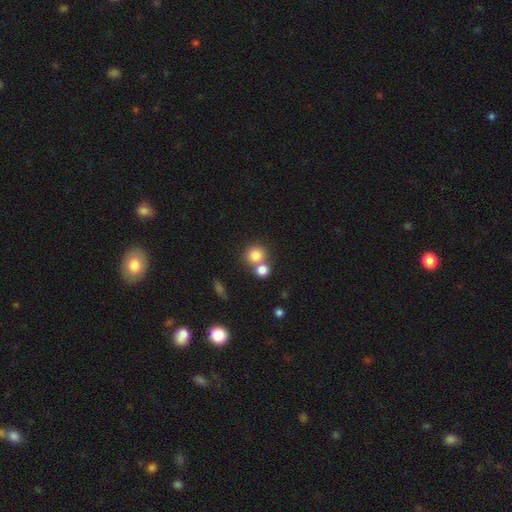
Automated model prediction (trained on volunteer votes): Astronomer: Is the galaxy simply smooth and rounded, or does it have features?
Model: smooth — 81%.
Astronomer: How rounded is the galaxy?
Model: round — 85%.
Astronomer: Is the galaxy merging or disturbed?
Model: none — 49% (runner-up: merger, 41%).